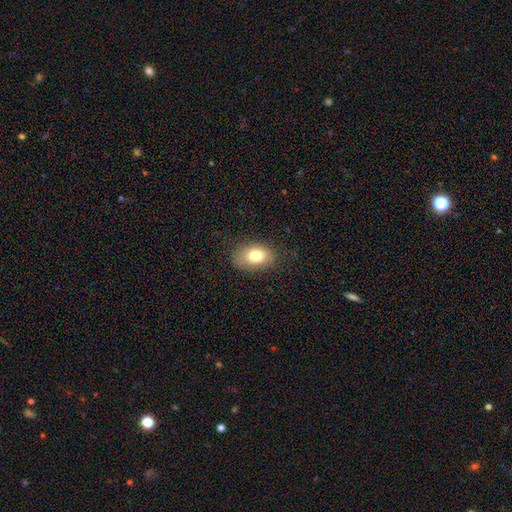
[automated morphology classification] Smooth or featured? Predicted: smooth (p=0.77). How rounded? Predicted: in between (p=0.80). Merging? Predicted: none (p=0.79).